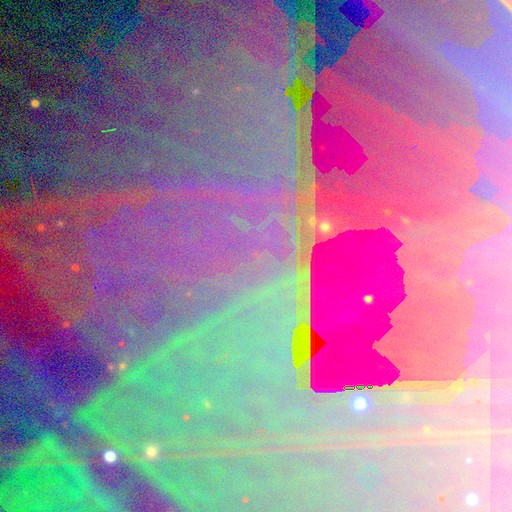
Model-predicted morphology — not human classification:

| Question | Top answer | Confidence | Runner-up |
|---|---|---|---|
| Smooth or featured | star or artifact | 86% | featured or disk (8%) |